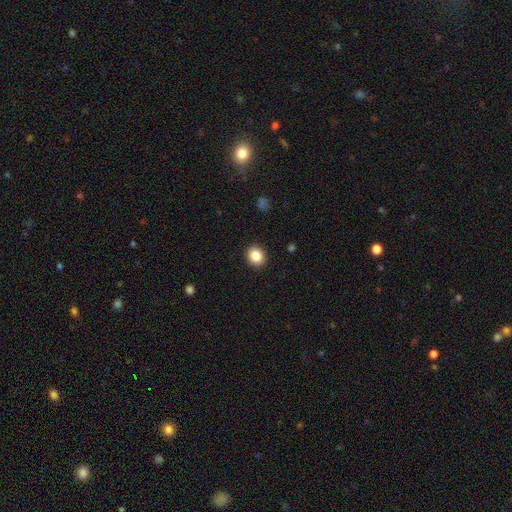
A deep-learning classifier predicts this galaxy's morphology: smooth_or_featured: smooth (p=0.87) [alt: star or artifact p=0.09]
how_rounded: round (p=0.71) [alt: in between p=0.28]
merging: none (p=0.91) [alt: minor disturbance p=0.06]